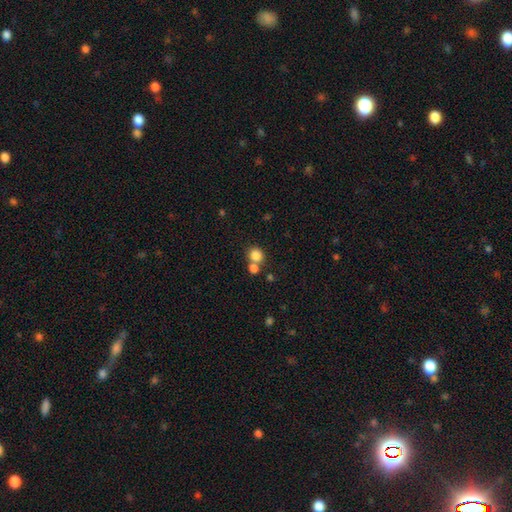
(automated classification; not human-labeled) Overall: smooth (82%). How rounded: round (84%). Merging: none (55%; merger 34%).